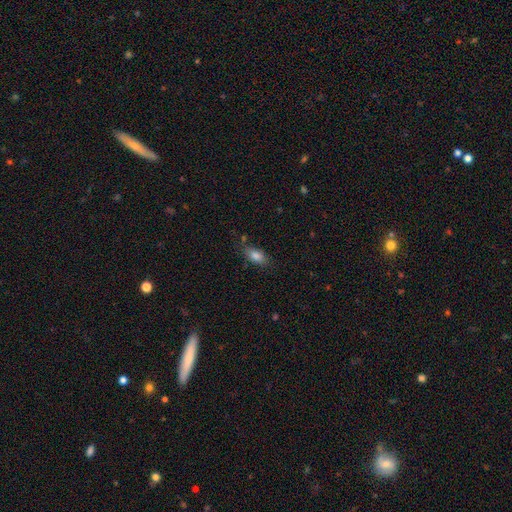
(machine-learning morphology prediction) This appears to be a smooth galaxy with no disk features (83%) that is in between round and cigar-shaped (86%). Merging: none (74%).